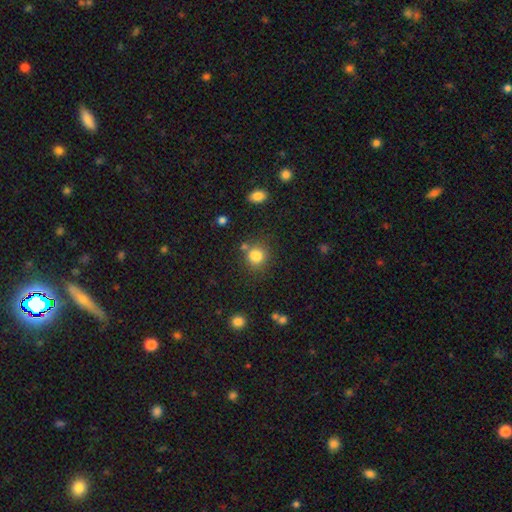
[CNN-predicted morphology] Smooth or featured? Predicted: smooth (p=0.83). How rounded? Predicted: round (p=0.81). Merging? Predicted: none (p=0.71).